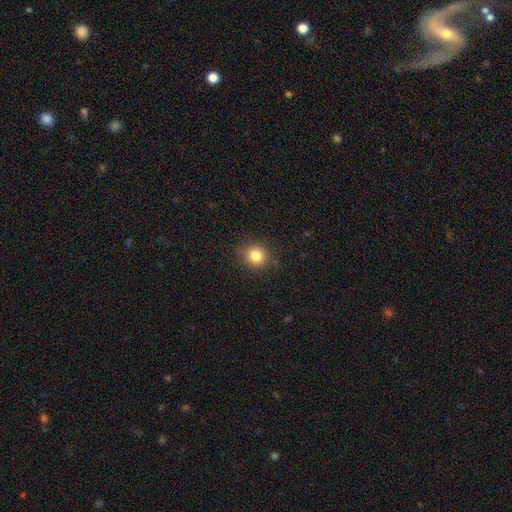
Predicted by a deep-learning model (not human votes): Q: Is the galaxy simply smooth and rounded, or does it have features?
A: smooth — 83%.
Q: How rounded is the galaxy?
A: round — 89%.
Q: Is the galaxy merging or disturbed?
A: none — 89%.